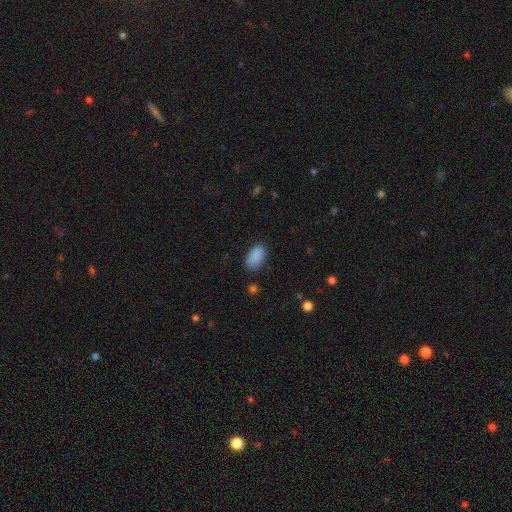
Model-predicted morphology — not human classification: A smooth galaxy with no disk features (87%) that is in between round and cigar-shaped (93%).

Vote fractions:
- Smooth or featured? smooth: 87% / star or artifact: 9% / featured or disk: 4%
- How rounded? in between: 93% / round: 5% / cigar-shaped: 3%
- Merging? none: 75% / minor disturbance: 18% / major disturbance: 5% / merger: 2%